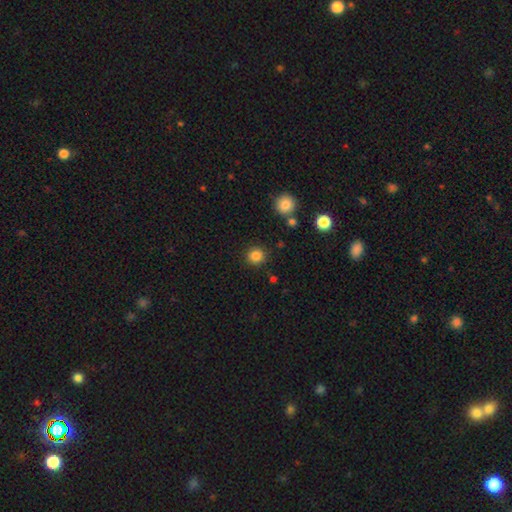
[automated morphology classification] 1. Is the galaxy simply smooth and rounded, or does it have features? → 84% smooth, 11% star or artifact, 4% featured or disk.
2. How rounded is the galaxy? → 90% round, 9% in between, 1% cigar-shaped.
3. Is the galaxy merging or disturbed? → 89% none, 6% minor disturbance, 2% major disturbance, 2% merger.